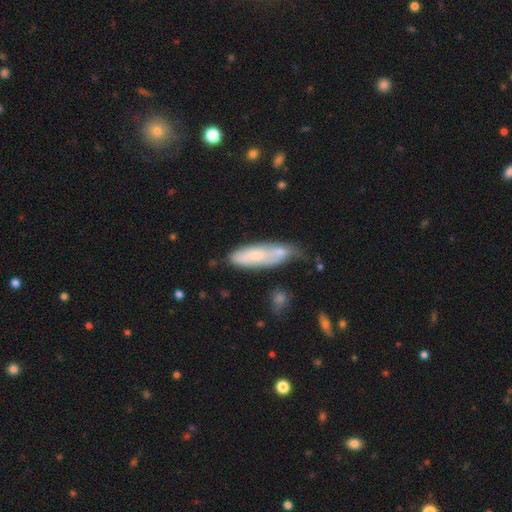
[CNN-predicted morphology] Smooth or featured?
  - smooth: 64% *
  - featured or disk: 29%
  - star or artifact: 7%
How rounded?
  - cigar-shaped: 51% *
  - in between: 47%
  - round: 2%
Merging?
  - none: 40% *
  - minor disturbance: 27%
  - merger: 24%
  - major disturbance: 10%